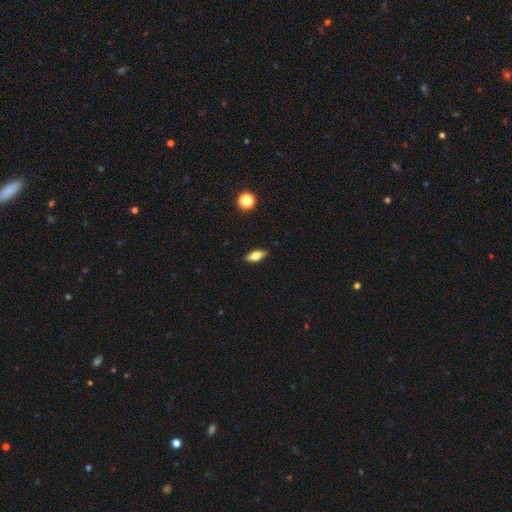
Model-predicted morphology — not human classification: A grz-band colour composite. It shows a smooth galaxy with no disk features (64%) that is in between round and cigar-shaped (77%). Merging: none (89%).